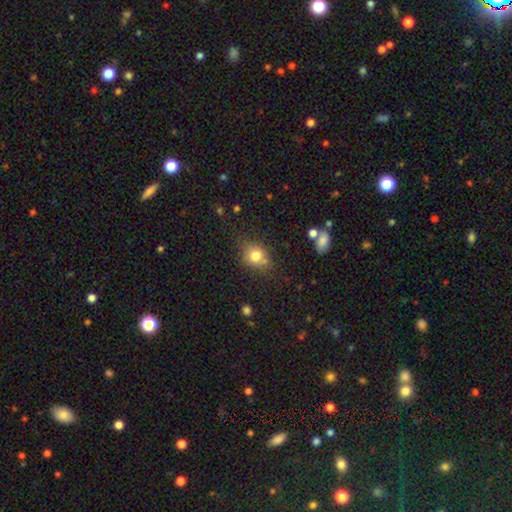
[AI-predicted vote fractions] Smooth or featured: smooth — 78% (star or artifact — 12%)
How rounded: round — 67% (in between — 32%)
Merging: none — 69% (minor disturbance — 19%)